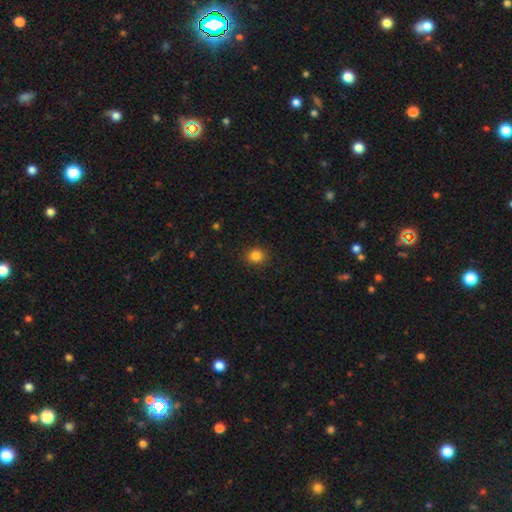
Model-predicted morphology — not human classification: This appears to be a smooth galaxy with no disk features (84%) that is round (78%). Merging: none (90%).